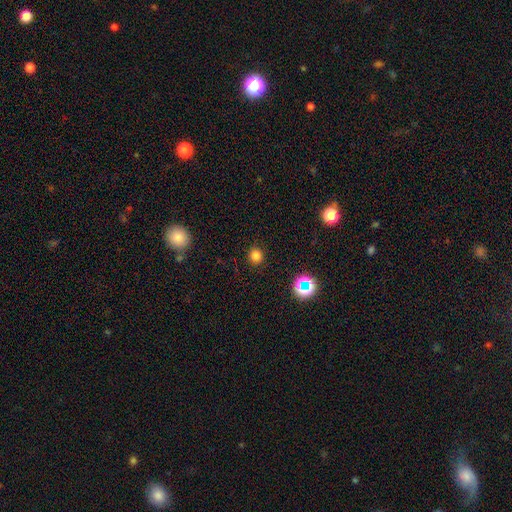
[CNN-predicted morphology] Smooth or featured? smooth (78%)
How rounded? round (89%)
Merging? none (90%)